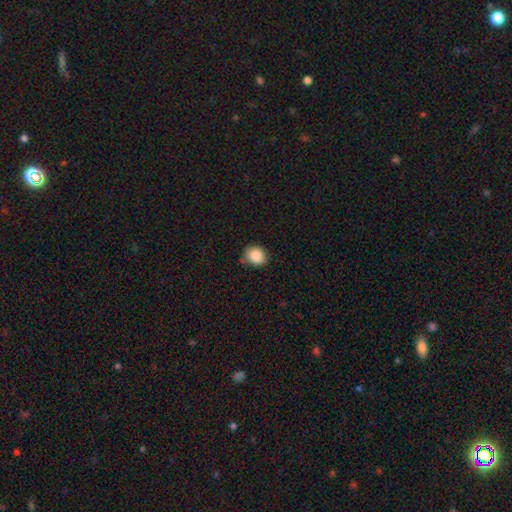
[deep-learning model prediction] Q: Smooth or featured?
A: smooth (87%); runner-up: star or artifact (9%)
Q: How rounded?
A: round (70%); runner-up: in between (29%)
Q: Merging?
A: none (71%); runner-up: minor disturbance (23%)